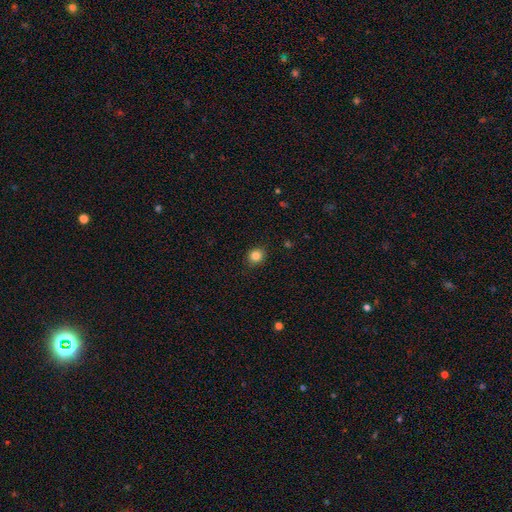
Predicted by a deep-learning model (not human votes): smooth_or_featured: smooth (p=0.85) [alt: star or artifact p=0.11]
how_rounded: round (p=0.76) [alt: in between p=0.23]
merging: none (p=0.88) [alt: minor disturbance p=0.08]